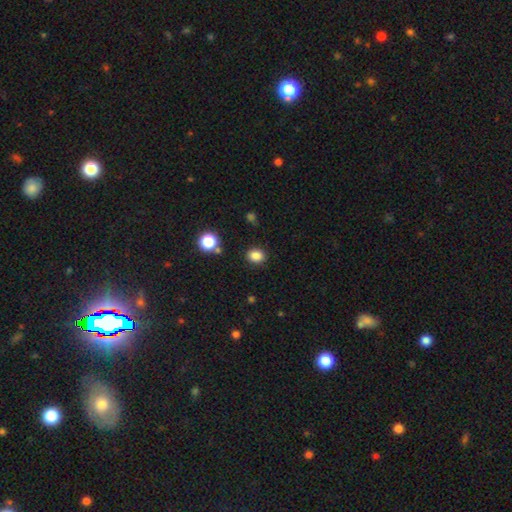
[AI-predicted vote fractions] smooth 85%, star or artifact 12%, featured or disk 4%. Down the decision tree: how rounded — round (60%); merging — none (86%).